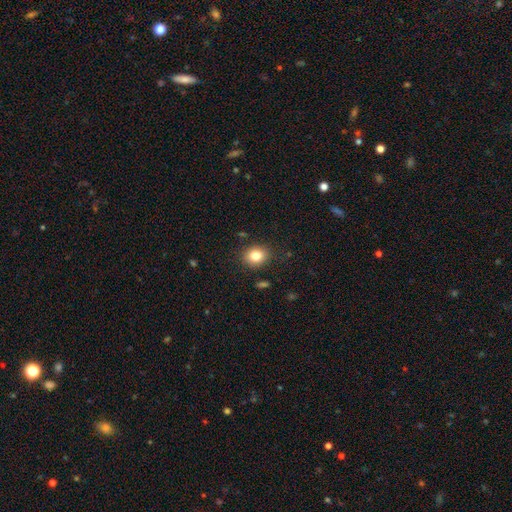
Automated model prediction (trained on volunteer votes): Smooth or featured: smooth — 82% (star or artifact — 10%)
How rounded: round — 60% (in between — 39%)
Merging: none — 86% (minor disturbance — 10%)